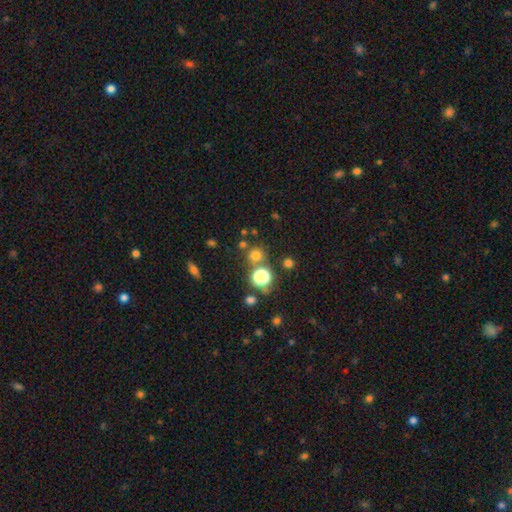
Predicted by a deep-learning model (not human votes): This appears to be a smooth galaxy with no disk features (69%) that is round (92%). Merging: none (74%).